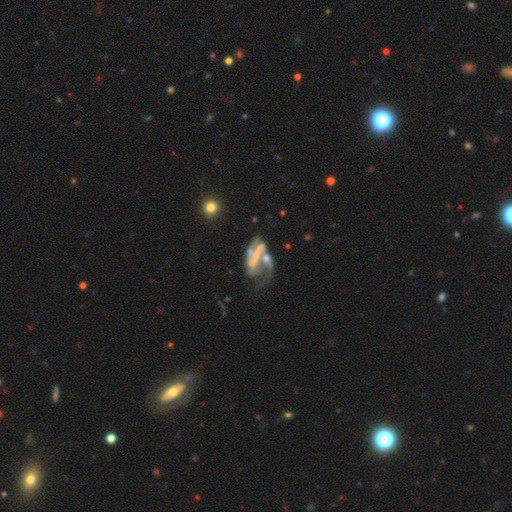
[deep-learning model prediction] Q: Smooth or featured?
A: featured or disk (81%); runner-up: smooth (12%)
Q: Edge-on disk?
A: no (96%); runner-up: yes (4%)
Q: Bar?
A: strong (41%); runner-up: weak (31%)
Q: Spiral arms?
A: yes (85%); runner-up: no (15%)
Q: Spiral winding?
A: loose (41%); runner-up: medium (40%)
Q: Spiral arm count?
A: 2 (68%); runner-up: 1 (14%)
Q: Bulge size?
A: small (49%); runner-up: none (29%)
Q: Merging?
A: major disturbance (34%); runner-up: merger (26%)